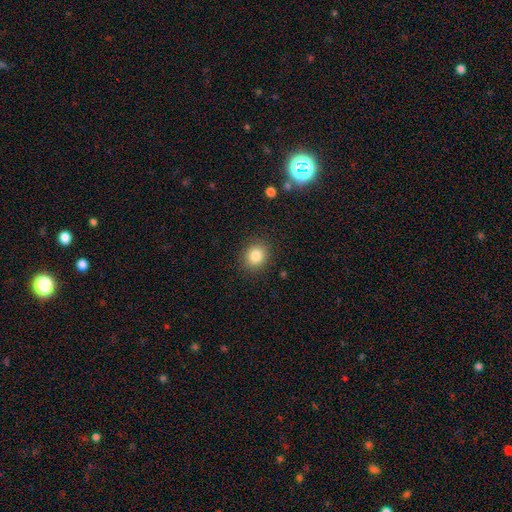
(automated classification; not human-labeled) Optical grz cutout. It shows a smooth galaxy with no disk features (84%) that is round (74%). Merging: none (89%).